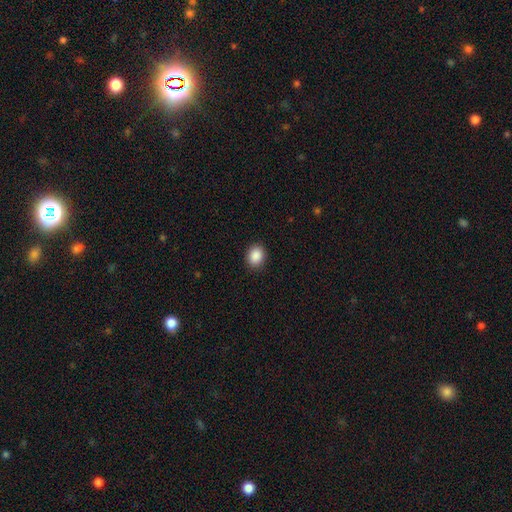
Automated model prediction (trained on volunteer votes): A smooth galaxy with no disk features (89%) that is in between round and cigar-shaped (52%). Merging: none (89%).